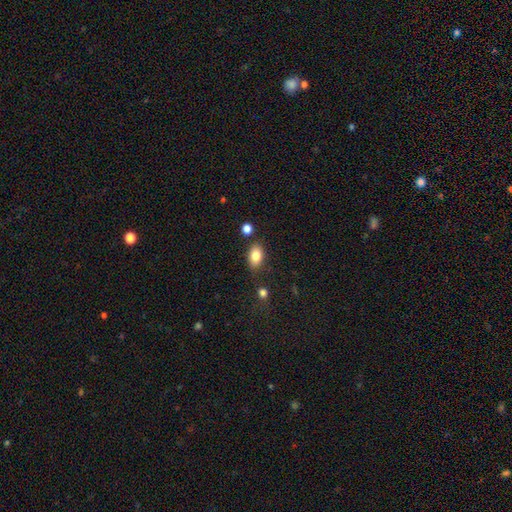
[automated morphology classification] Smooth or featured? smooth (83%)
How rounded? in between (86%)
Merging? none (79%)